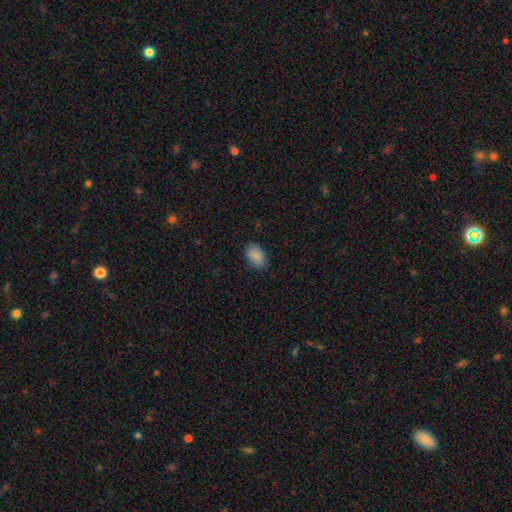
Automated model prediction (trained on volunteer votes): smooth 89%, star or artifact 8%, featured or disk 3%. Down the decision tree: how rounded — in between (90%); merging — none (82%).